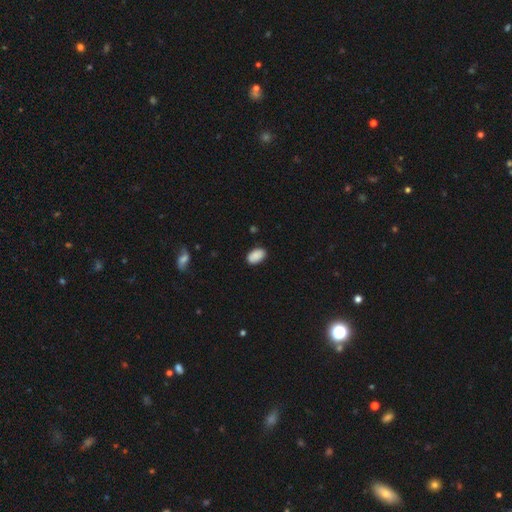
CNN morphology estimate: smooth-or-featured: smooth: 89% | star or artifact: 7% | featured or disk: 4%
  how-rounded: in between: 92% | round: 7% | cigar-shaped: 1%
  merging: none: 85% | minor disturbance: 12% | major disturbance: 2% | merger: 1%